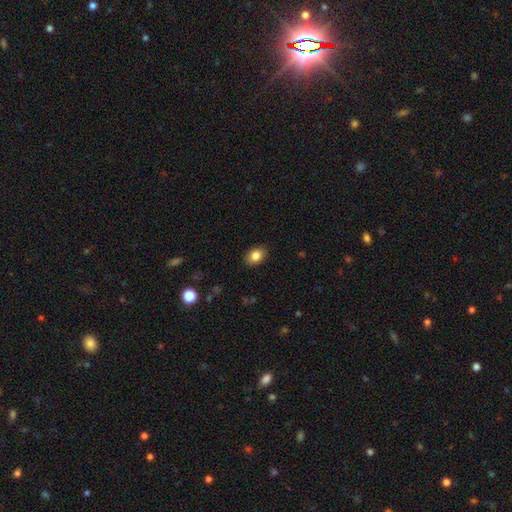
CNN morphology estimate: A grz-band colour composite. It shows a smooth galaxy with no disk features (84%) that is in between round and cigar-shaped (77%). Merging: none (88%).